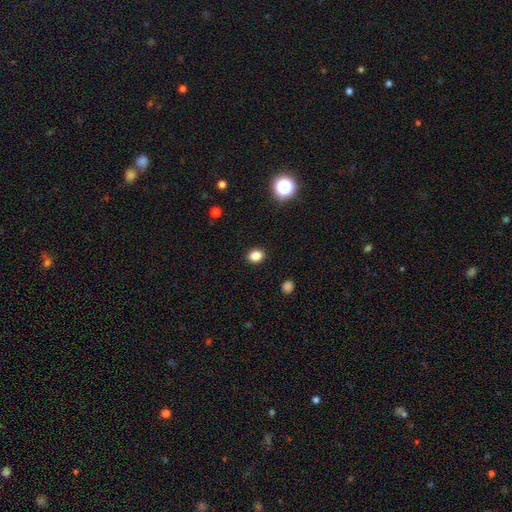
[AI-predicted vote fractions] Smooth or featured? Predicted: smooth (p=0.84). How rounded? Predicted: in between (p=0.52). Merging? Predicted: none (p=0.90).